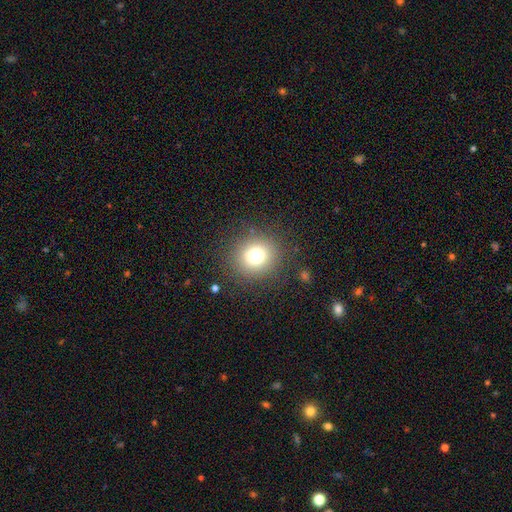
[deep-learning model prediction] Smooth or featured? Predicted: smooth (p=0.74). How rounded? Predicted: round (p=0.89). Merging? Predicted: none (p=0.87).